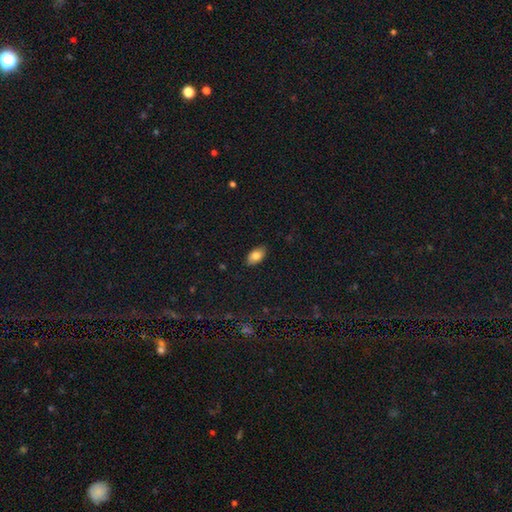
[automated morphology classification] Q: Smooth or featured?
A: smooth (82%); runner-up: featured or disk (10%)
Q: How rounded?
A: in between (93%); runner-up: round (5%)
Q: Merging?
A: none (87%); runner-up: minor disturbance (10%)